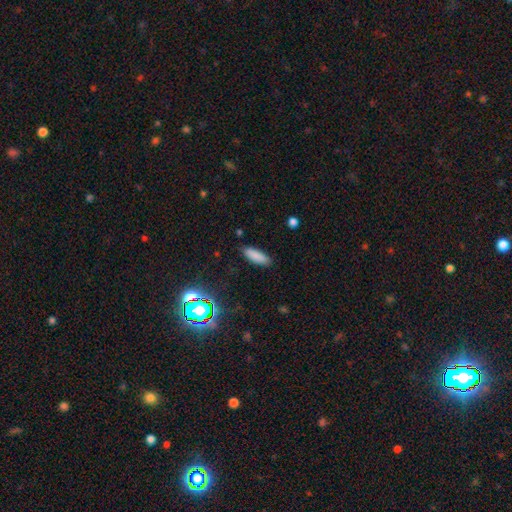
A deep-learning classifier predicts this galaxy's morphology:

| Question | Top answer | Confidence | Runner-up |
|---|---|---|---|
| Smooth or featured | smooth | 85% | star or artifact (10%) |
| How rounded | in between | 55% | cigar-shaped (43%) |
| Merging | none | 87% | minor disturbance (9%) |